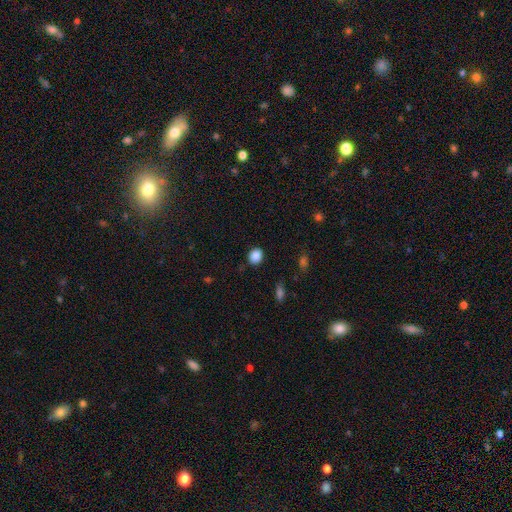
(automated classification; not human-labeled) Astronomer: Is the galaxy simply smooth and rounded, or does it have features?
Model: smooth — 87%.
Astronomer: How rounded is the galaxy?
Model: round — 66%.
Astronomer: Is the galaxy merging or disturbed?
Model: none — 86%.